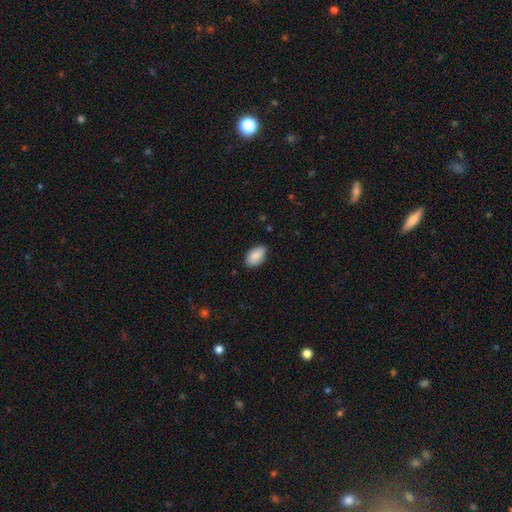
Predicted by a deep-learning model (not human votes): Smooth or featured: smooth — 88% (star or artifact — 6%)
How rounded: in between — 94% (round — 4%)
Merging: none — 84% (minor disturbance — 13%)